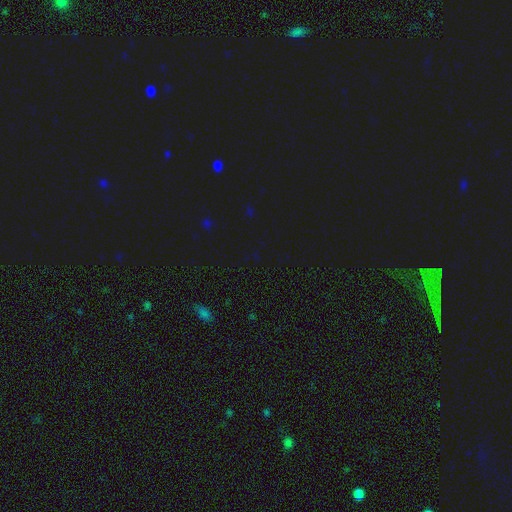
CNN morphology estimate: Smooth or featured? star or artifact (77%)